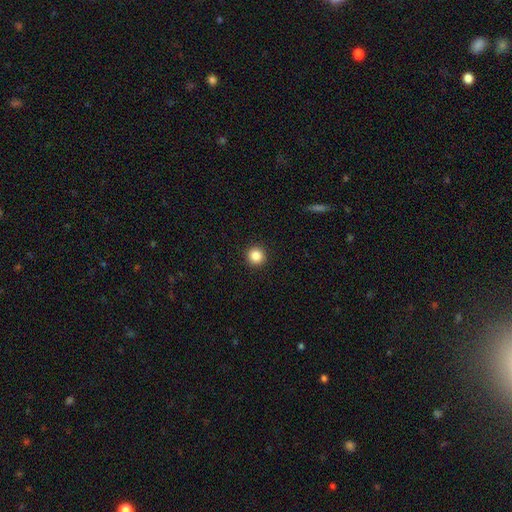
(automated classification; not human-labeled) Smooth or featured? Predicted: smooth (p=0.86). How rounded? Predicted: round (p=0.96). Merging? Predicted: none (p=0.93).